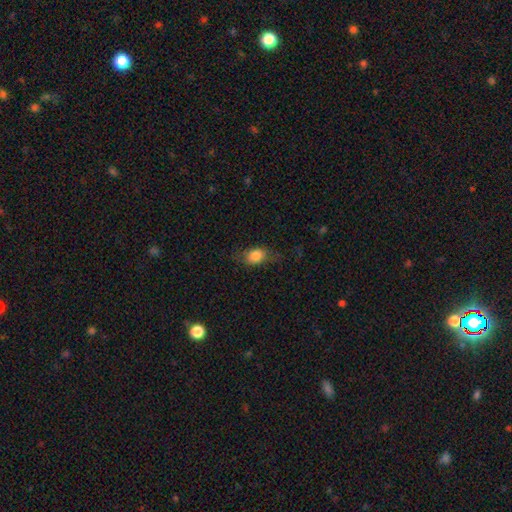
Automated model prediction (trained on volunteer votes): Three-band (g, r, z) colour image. It shows a smooth galaxy with no disk features (79%) that is in between round and cigar-shaped (67%). Merging: none (63%).